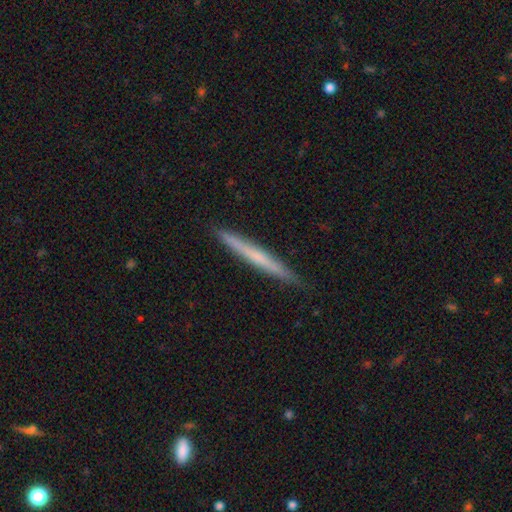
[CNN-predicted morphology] Smooth or featured?
  - smooth: 50% *
  - featured or disk: 44%
  - star or artifact: 6%
How rounded?
  - cigar-shaped: 97% *
  - in between: 2%
  - round: 1%
Merging?
  - none: 90% *
  - minor disturbance: 7%
  - major disturbance: 1%
  - merger: 1%